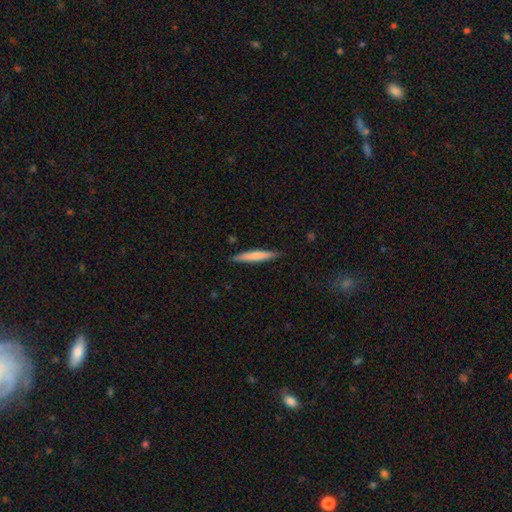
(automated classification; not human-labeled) The model was most divided on "smooth or featured": smooth: 70%, featured or disk: 25%, star or artifact: 5%. More confident: how rounded — cigar-shaped (93%); merging — none (88%).